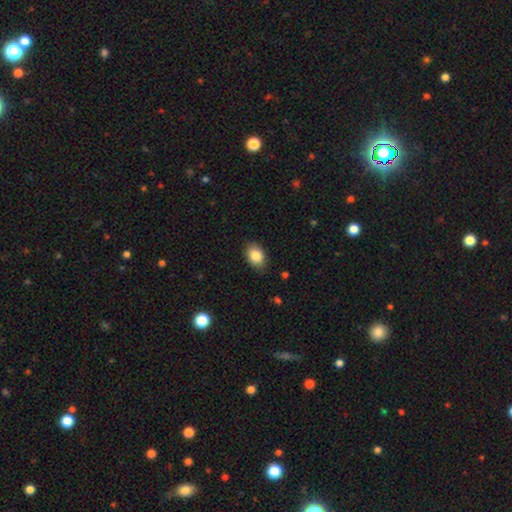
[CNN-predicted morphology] A smooth galaxy with no disk features (85%) that is in between round and cigar-shaped (80%).

Vote fractions:
- Smooth or featured? smooth: 85% / star or artifact: 8% / featured or disk: 7%
- How rounded? in between: 80% / round: 19% / cigar-shaped: 1%
- Merging? none: 84% / minor disturbance: 13% / major disturbance: 2% / merger: 1%